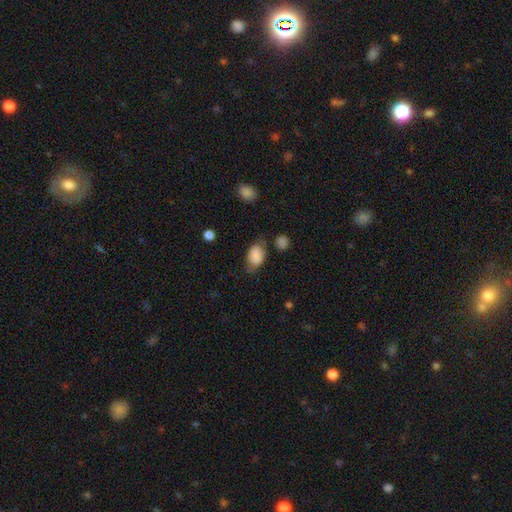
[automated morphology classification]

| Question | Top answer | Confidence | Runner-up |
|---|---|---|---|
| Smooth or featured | smooth | 83% | featured or disk (9%) |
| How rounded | in between | 84% | round (14%) |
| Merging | none | 57% | minor disturbance (27%) |